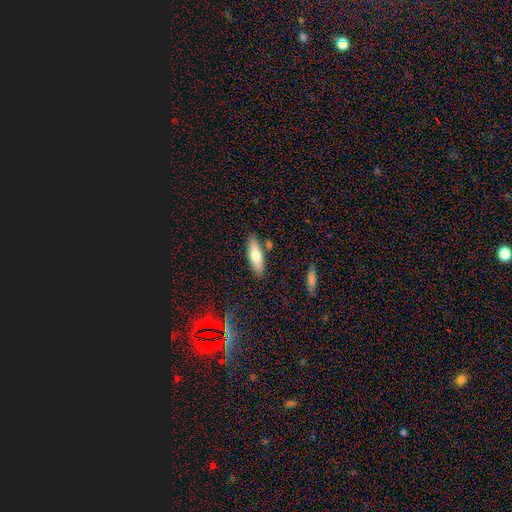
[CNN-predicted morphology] Smooth or featured: smooth — 69% (featured or disk — 25%)
How rounded: in between — 53% (cigar-shaped — 45%)
Merging: none — 82% (minor disturbance — 10%)